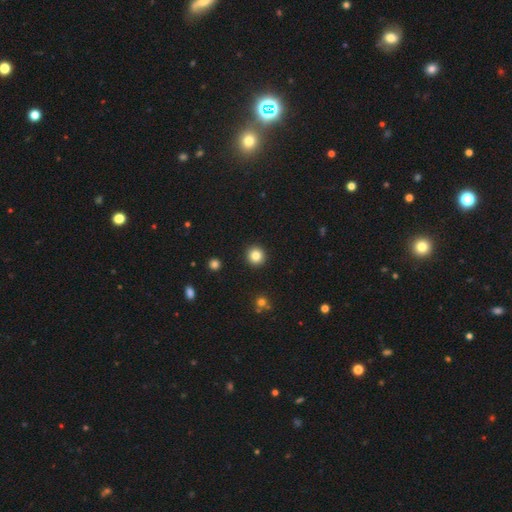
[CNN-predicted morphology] Q: Smooth or featured?
A: smooth (83%); runner-up: star or artifact (11%)
Q: How rounded?
A: round (94%); runner-up: in between (5%)
Q: Merging?
A: none (93%); runner-up: minor disturbance (4%)